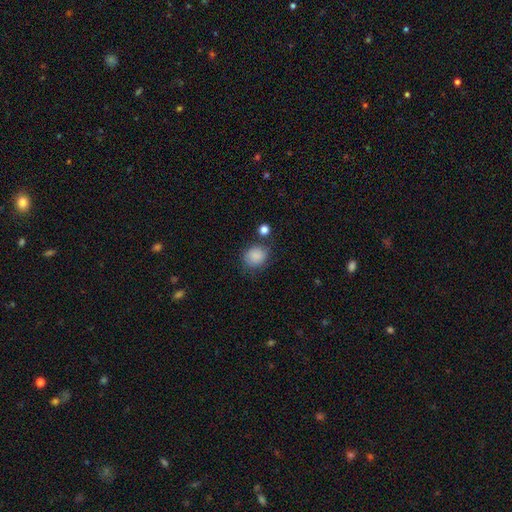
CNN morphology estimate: smooth-or-featured: smooth: 85% | star or artifact: 9% | featured or disk: 6%
  how-rounded: round: 73% | in between: 26% | cigar-shaped: 1%
  merging: none: 69% | minor disturbance: 18% | merger: 7% | major disturbance: 6%